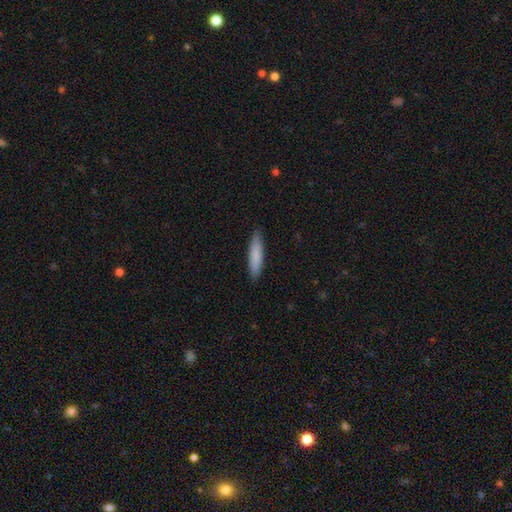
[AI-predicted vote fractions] A smooth galaxy with no disk features (83%) that is cigar-shaped (83%). Merging: none (88%).